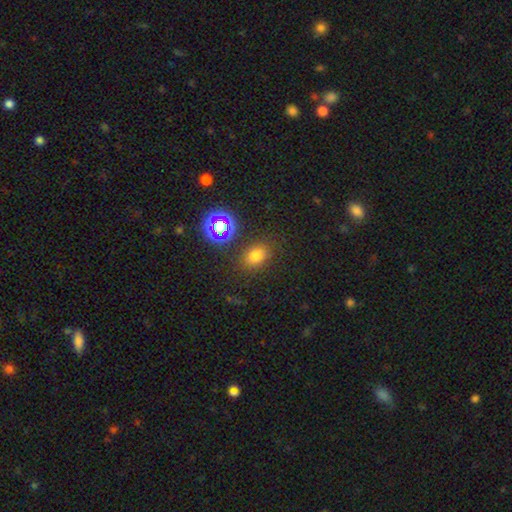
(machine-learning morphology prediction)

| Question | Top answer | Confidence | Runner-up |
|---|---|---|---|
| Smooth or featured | smooth | 68% | star or artifact (24%) |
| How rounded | in between | 68% | round (31%) |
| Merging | none | 80% | minor disturbance (12%) |